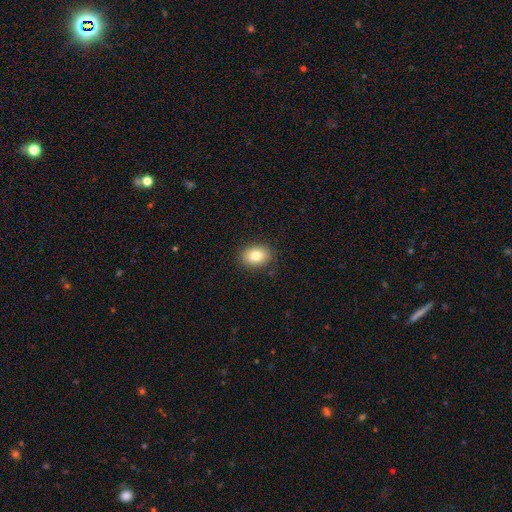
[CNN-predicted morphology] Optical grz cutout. It shows a smooth galaxy with no disk features (80%) that is in between round and cigar-shaped (62%). Merging: none (89%).